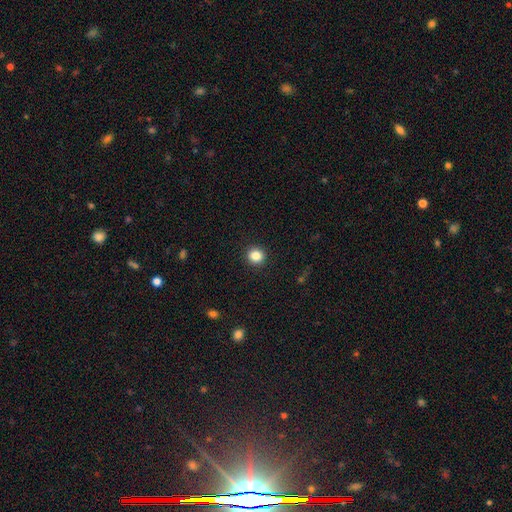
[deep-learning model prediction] Smooth or featured? Predicted: smooth (p=0.85). How rounded? Predicted: round (p=0.85). Merging? Predicted: none (p=0.92).